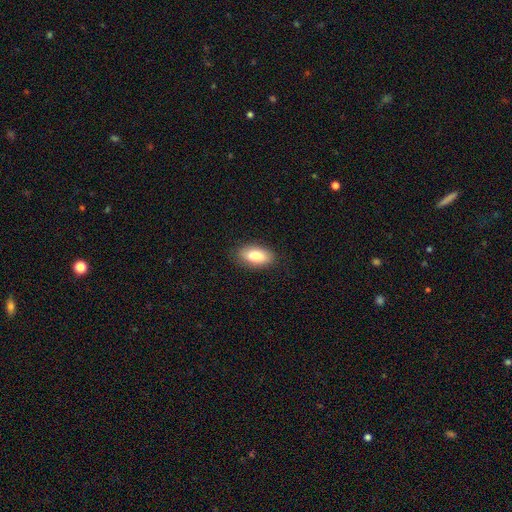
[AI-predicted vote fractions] This is clearly a smooth galaxy (85%). How rounded: clearly in between (90%). Merging: clearly none (85%).